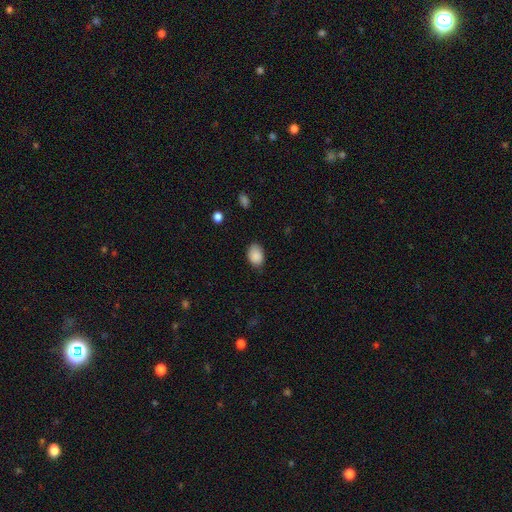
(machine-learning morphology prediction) A smooth galaxy with no disk features (89%) that is in between round and cigar-shaped (81%).

Vote fractions:
- Smooth or featured? smooth: 89% / star or artifact: 8% / featured or disk: 4%
- How rounded? in between: 81% / round: 18% / cigar-shaped: 1%
- Merging? none: 76% / minor disturbance: 19% / major disturbance: 4% / merger: 1%